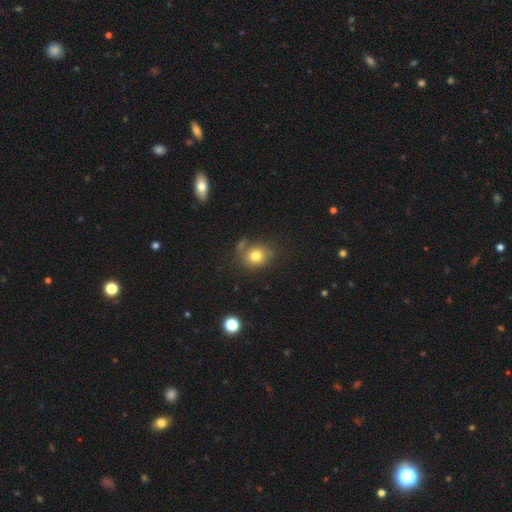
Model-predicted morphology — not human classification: Overall: smooth (77%). How rounded: round (65%; in between 34%). Merging: none (65%).